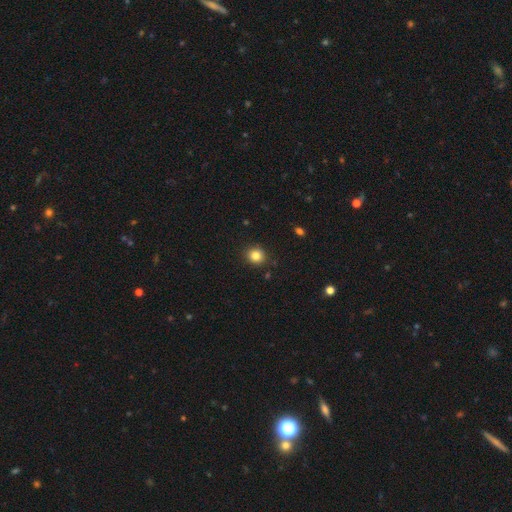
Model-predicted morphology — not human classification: Overall: smooth (84%). How rounded: round (83%). Merging: none (89%).